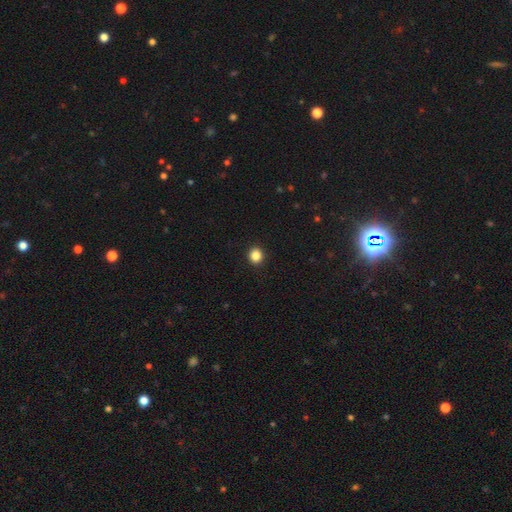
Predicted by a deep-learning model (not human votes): smooth_or_featured: smooth (p=0.86) [alt: star or artifact p=0.11]
how_rounded: round (p=0.84) [alt: in between p=0.15]
merging: none (p=0.93) [alt: minor disturbance p=0.04]